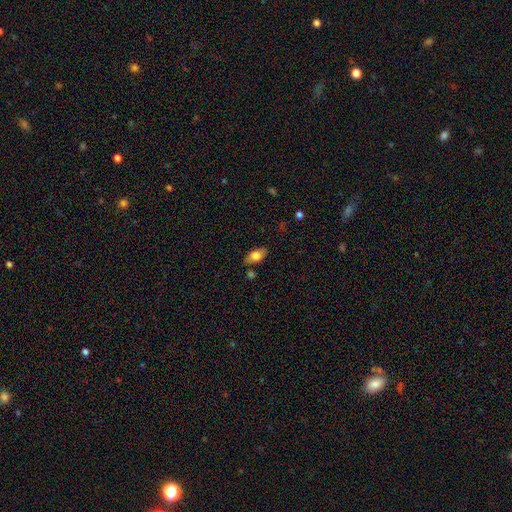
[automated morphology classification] smooth 74%, featured or disk 18%, star or artifact 8%. Down the decision tree: how rounded — in between (89%); merging — none (76%).